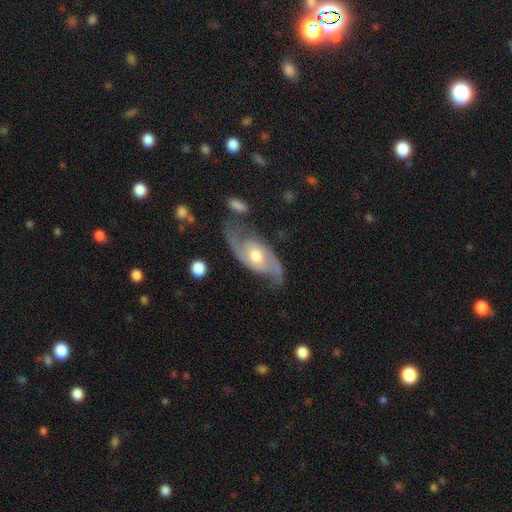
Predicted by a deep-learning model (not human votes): featured or disk 88%, smooth 8%, star or artifact 5%. Down the decision tree: edge-on disk — no (94%); bar — no (65%); spiral arms — yes (96%); spiral arm count — 2 (91%); spiral winding — medium (48%); bulge size — moderate (74%); merging — none (70%).